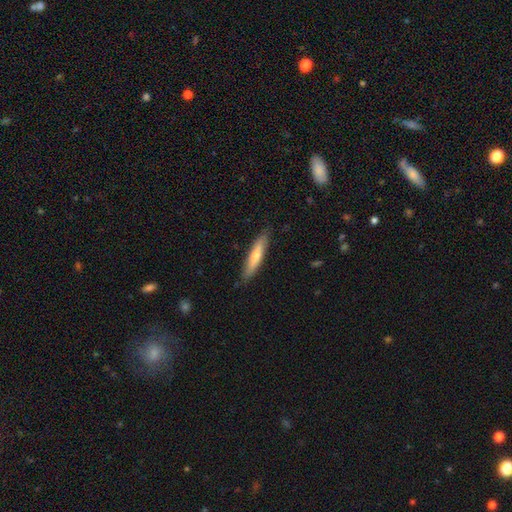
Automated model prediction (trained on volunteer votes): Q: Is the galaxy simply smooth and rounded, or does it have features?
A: smooth — 53%.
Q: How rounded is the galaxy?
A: cigar-shaped — 87%.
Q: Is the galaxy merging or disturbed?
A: none — 86%.